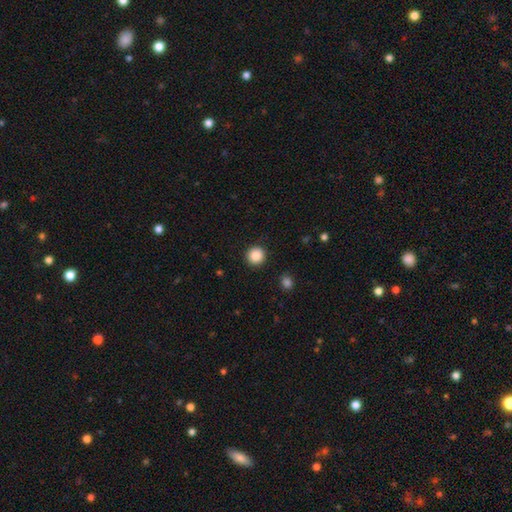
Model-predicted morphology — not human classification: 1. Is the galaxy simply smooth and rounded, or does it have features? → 86% smooth, 10% star or artifact, 4% featured or disk.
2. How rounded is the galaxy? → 95% round, 4% in between, 1% cigar-shaped.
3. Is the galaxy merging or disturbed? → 92% none, 5% minor disturbance, 2% major disturbance, 1% merger.